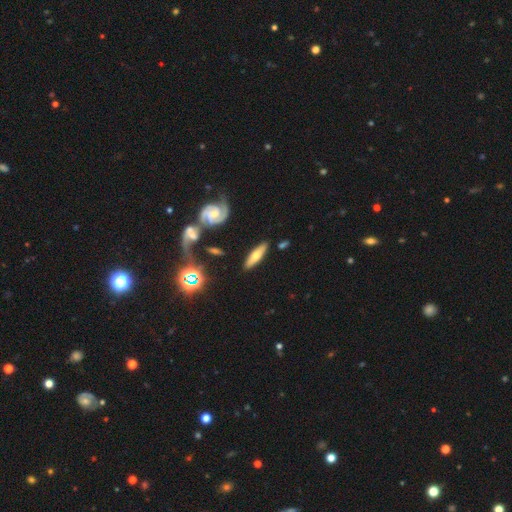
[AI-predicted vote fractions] Smooth or featured?
  - featured or disk: 49% *
  - smooth: 44%
  - star or artifact: 7%
Merging?
  - none: 84% *
  - minor disturbance: 10%
  - merger: 3%
  - major disturbance: 3%